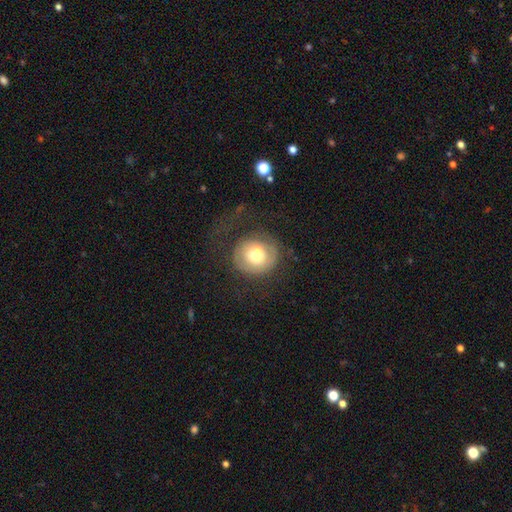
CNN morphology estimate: Smooth or featured? smooth (56%)
How rounded? round (88%)
Merging? none (38%)